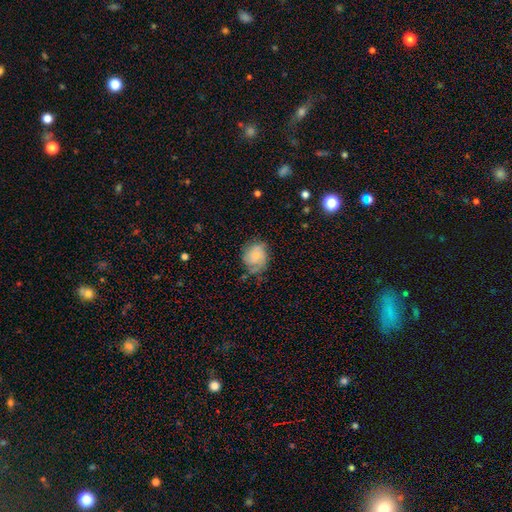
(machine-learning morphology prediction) This is possibly a smooth galaxy (57%). How rounded: possibly round (56%). Merging: possibly none (54%).